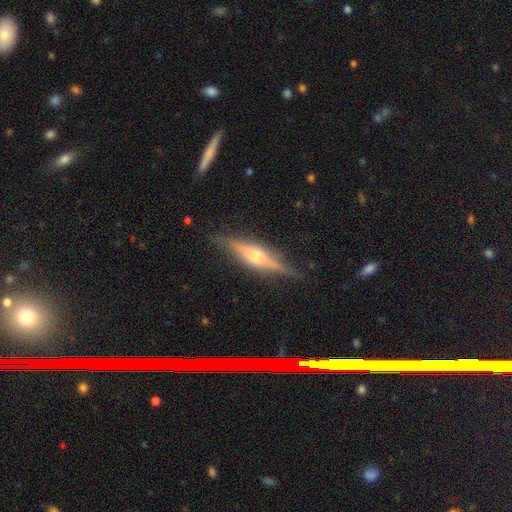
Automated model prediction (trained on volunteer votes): Overall: featured or disk (71%). Edge-on disk: yes (95%). Edge-on bulge: rounded (79%). Merging: none (83%).